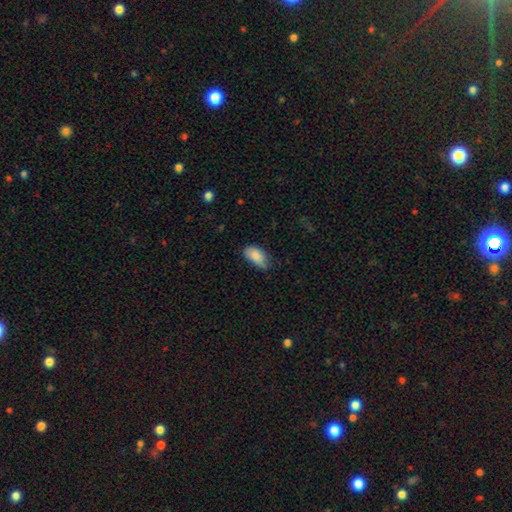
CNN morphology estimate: smooth 86%, featured or disk 8%, star or artifact 7%. Down the decision tree: how rounded — in between (93%); merging — none (59%).